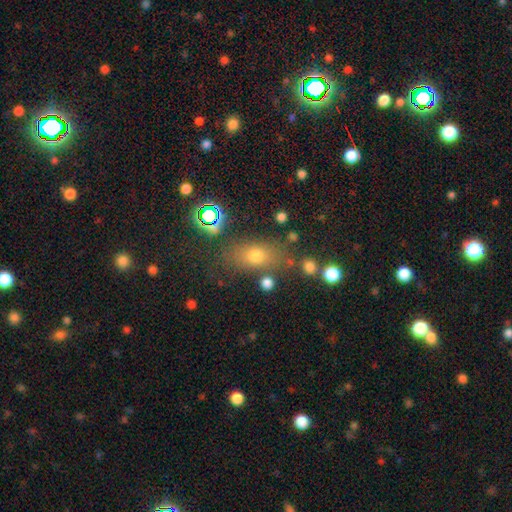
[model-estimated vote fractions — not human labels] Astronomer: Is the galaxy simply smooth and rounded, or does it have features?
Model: smooth — 68%.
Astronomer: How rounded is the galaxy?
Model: in between — 70%.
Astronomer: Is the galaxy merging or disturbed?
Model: none — 71%.